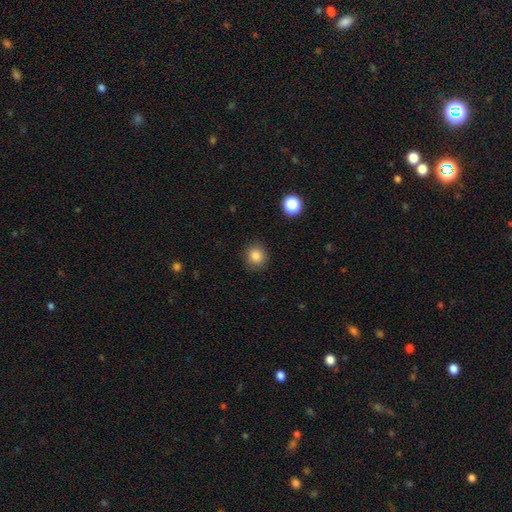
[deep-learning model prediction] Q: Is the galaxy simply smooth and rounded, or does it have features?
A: smooth — 85%.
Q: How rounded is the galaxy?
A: round — 85%.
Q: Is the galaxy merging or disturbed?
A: none — 88%.